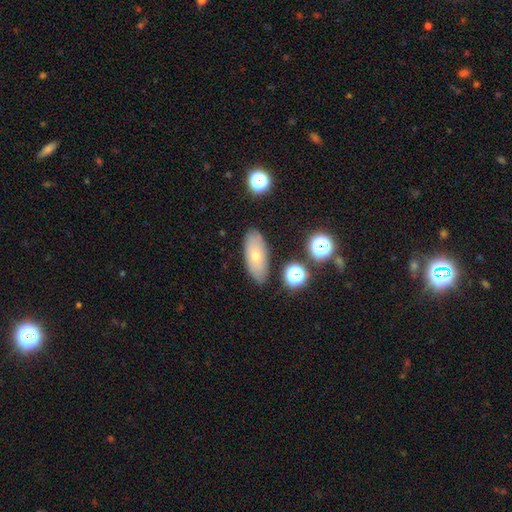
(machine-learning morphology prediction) Smooth or featured? Predicted: smooth (p=0.64). How rounded? Predicted: in between (p=0.79). Merging? Predicted: none (p=0.84).